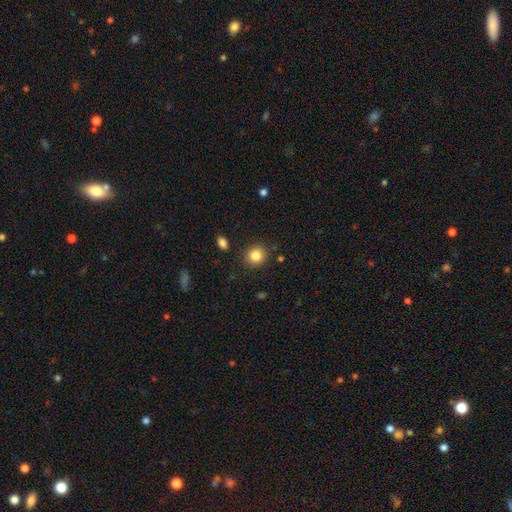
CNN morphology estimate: Smooth or featured: smooth — 84% (star or artifact — 10%)
How rounded: round — 85% (in between — 14%)
Merging: none — 88% (minor disturbance — 8%)